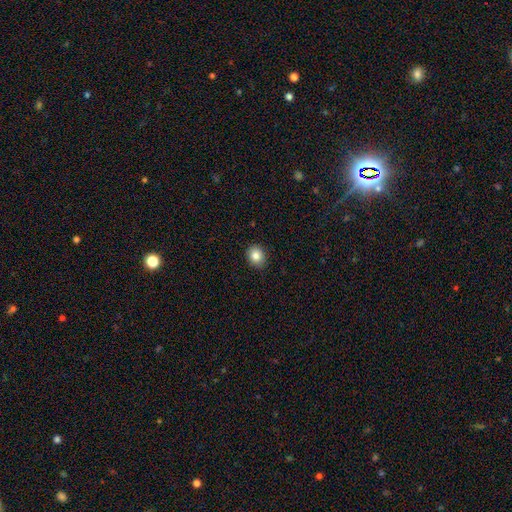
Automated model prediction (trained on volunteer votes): Q: Smooth or featured?
A: smooth (85%); runner-up: star or artifact (9%)
Q: How rounded?
A: round (61%); runner-up: in between (38%)
Q: Merging?
A: none (90%); runner-up: minor disturbance (8%)